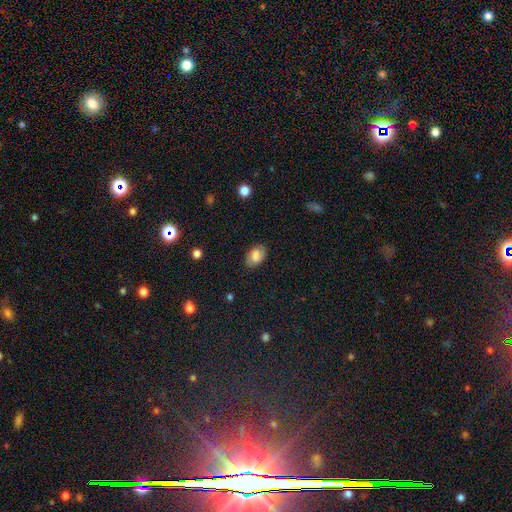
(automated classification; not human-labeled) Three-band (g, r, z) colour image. It shows a smooth galaxy with no disk features (74%) that is in between round and cigar-shaped (90%). Merging: none (83%).